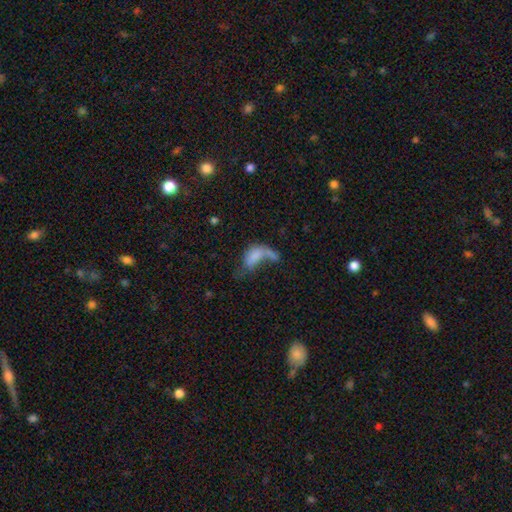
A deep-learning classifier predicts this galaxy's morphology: Overall: smooth (63%; featured or disk 26%). How rounded: in between (86%). Merging: major disturbance (42%; merger 31%).